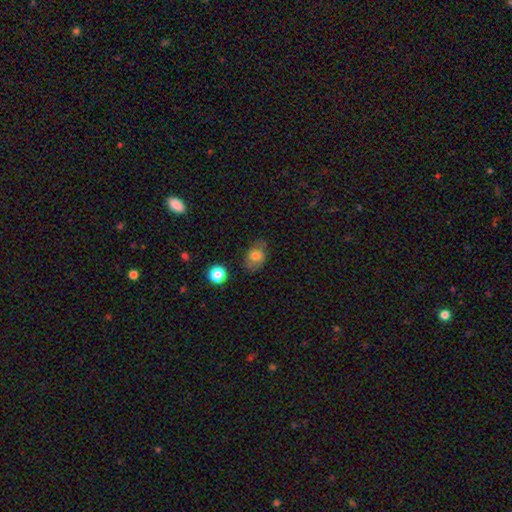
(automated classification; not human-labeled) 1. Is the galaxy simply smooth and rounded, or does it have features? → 76% smooth, 14% featured or disk, 10% star or artifact.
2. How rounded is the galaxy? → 71% in between, 27% round, 1% cigar-shaped.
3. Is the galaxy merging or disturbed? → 70% none, 21% minor disturbance, 6% major disturbance, 3% merger.